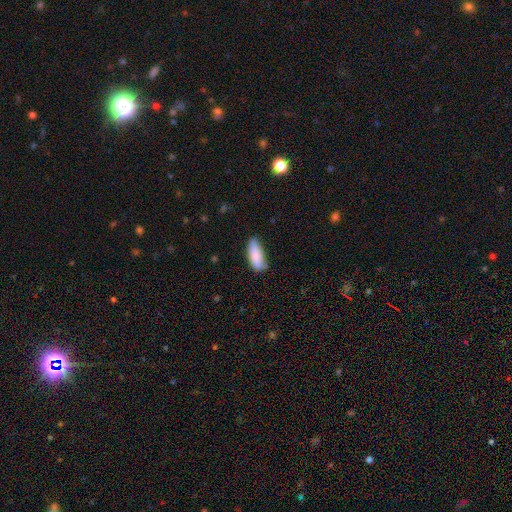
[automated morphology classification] Smooth or featured? Predicted: smooth (p=0.87). How rounded? Predicted: in between (p=0.76). Merging? Predicted: none (p=0.68).